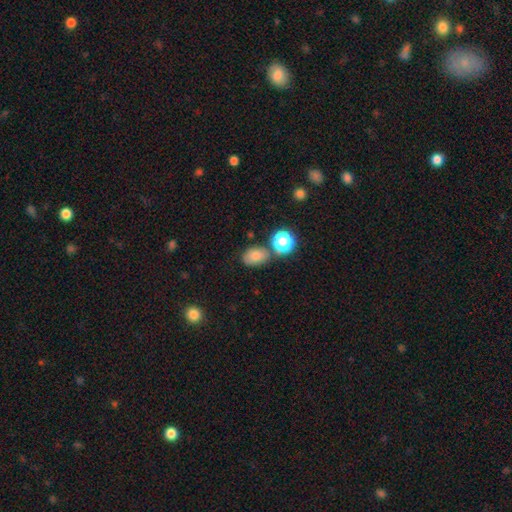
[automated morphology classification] Smooth or featured?
  - smooth: 77% *
  - star or artifact: 14%
  - featured or disk: 9%
How rounded?
  - in between: 76% *
  - round: 23%
  - cigar-shaped: 1%
Merging?
  - none: 68% *
  - minor disturbance: 16%
  - merger: 12%
  - major disturbance: 4%